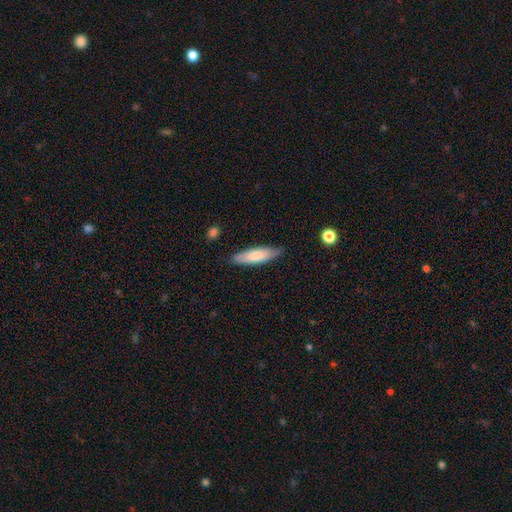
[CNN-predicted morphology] Smooth or featured: smooth — 74% (featured or disk — 20%)
How rounded: cigar-shaped — 62% (in between — 37%)
Merging: none — 82% (minor disturbance — 14%)